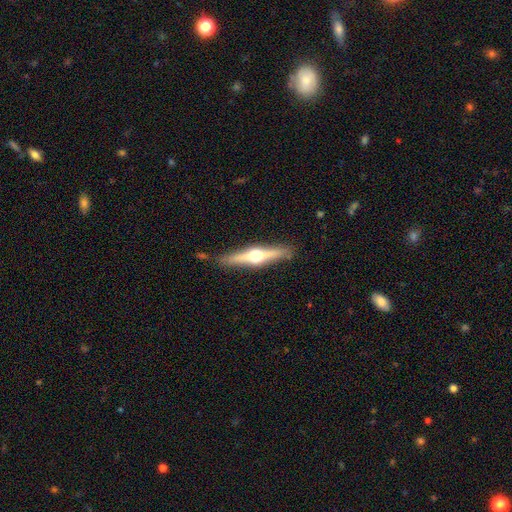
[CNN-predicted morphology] This appears to be a featured or disk galaxy (73%) viewed edge-on (97%) with a rounded central bulge (96%). Merging: none (88%).